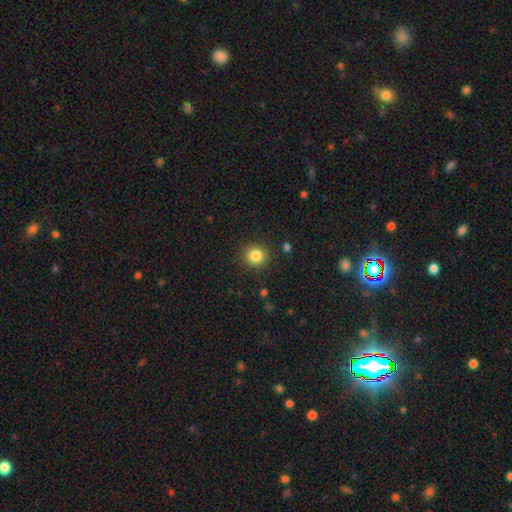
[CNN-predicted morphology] This appears to be a smooth galaxy with no disk features (84%) that is round (92%). Merging: none (90%).